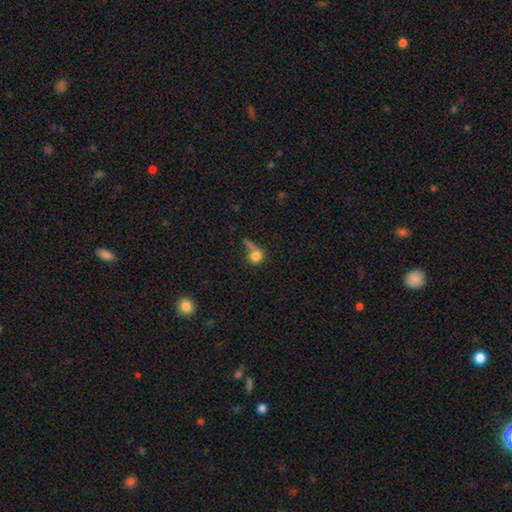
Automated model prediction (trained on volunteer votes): Smooth or featured? Predicted: smooth (p=0.77). How rounded? Predicted: round (p=0.82). Merging? Predicted: none (p=0.43).